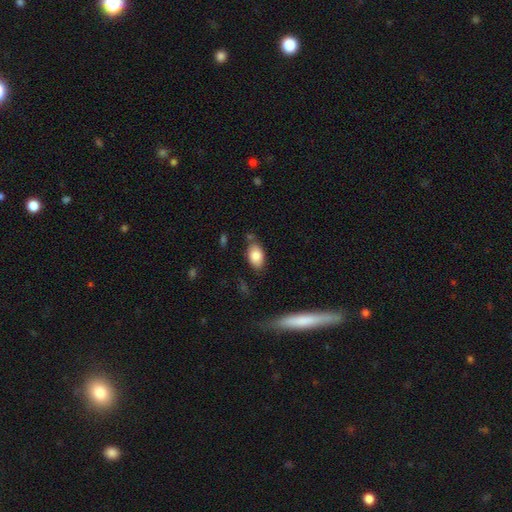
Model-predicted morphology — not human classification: Q: Smooth or featured?
A: smooth (83%); runner-up: featured or disk (9%)
Q: How rounded?
A: in between (91%); runner-up: round (7%)
Q: Merging?
A: none (72%); runner-up: minor disturbance (18%)